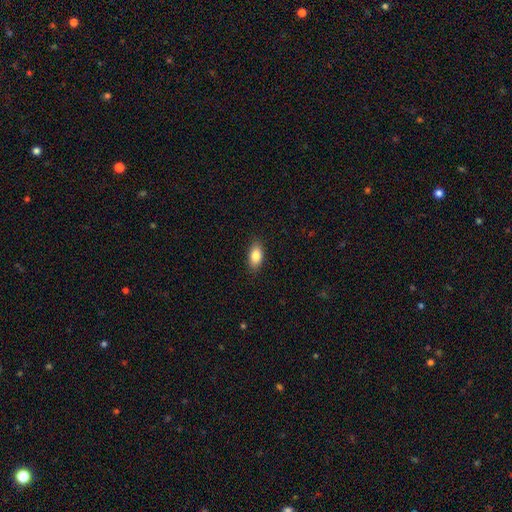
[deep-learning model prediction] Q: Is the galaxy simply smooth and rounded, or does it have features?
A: smooth — 83%.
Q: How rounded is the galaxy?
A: in between — 89%.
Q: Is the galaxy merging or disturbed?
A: none — 88%.